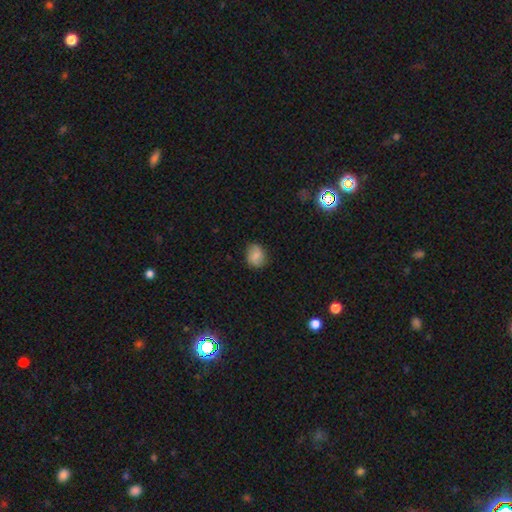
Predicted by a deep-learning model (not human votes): This appears to be a smooth galaxy with no disk features (79%) that is round (52%). Merging: none (80%).